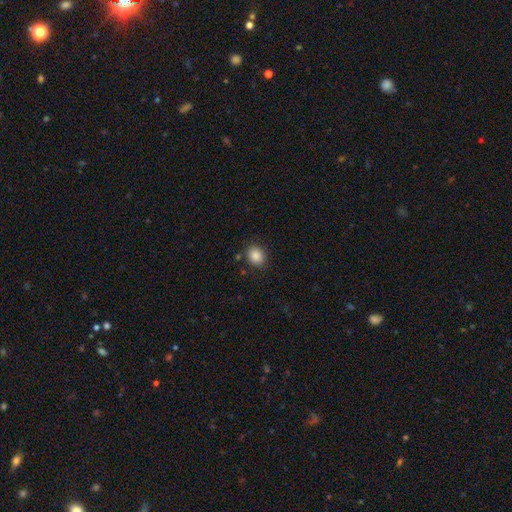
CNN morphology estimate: smooth 87%, star or artifact 9%, featured or disk 4%. Down the decision tree: how rounded — round (64%); merging — none (87%).